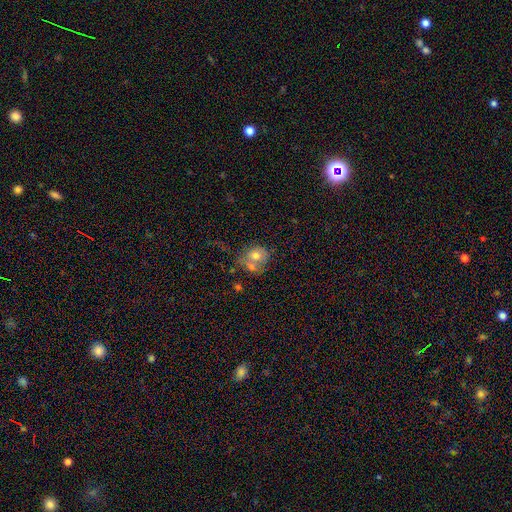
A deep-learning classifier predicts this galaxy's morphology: Smooth or featured? smooth (65%)
How rounded? round (64%)
Merging? merger (43%)